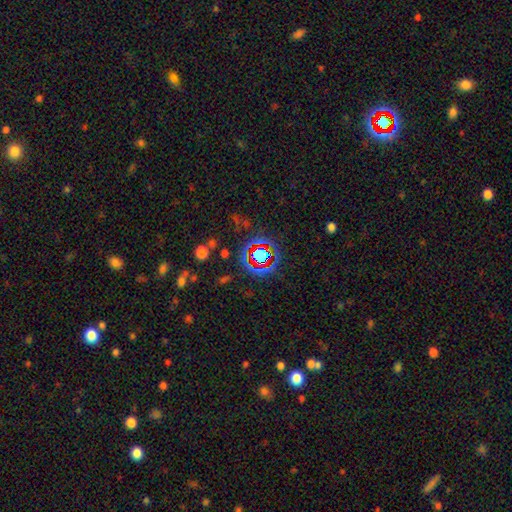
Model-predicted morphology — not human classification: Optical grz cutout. It shows a star or artifact, not a galaxy (64%).